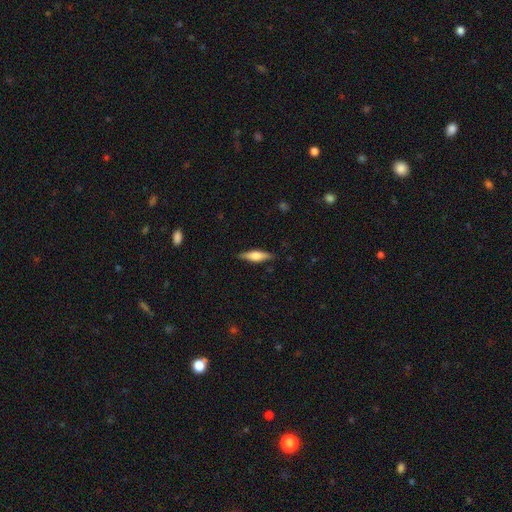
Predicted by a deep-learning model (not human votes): Q: Smooth or featured?
A: smooth (54%); runner-up: featured or disk (39%)
Q: How rounded?
A: cigar-shaped (65%); runner-up: in between (32%)
Q: Merging?
A: none (87%); runner-up: minor disturbance (10%)